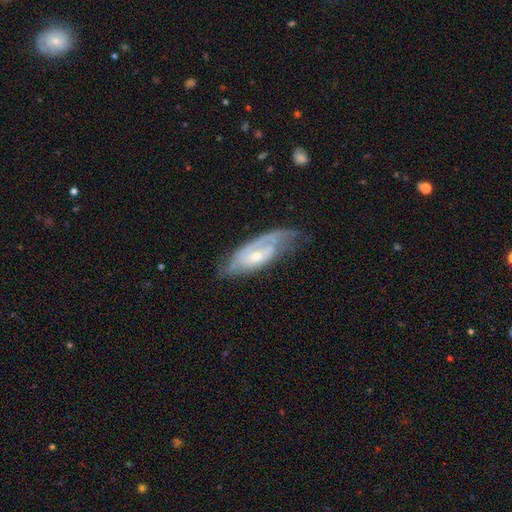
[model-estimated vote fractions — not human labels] Smooth or featured? Predicted: featured or disk (p=0.75). Edge-on disk? Predicted: no (p=0.87). Bar? Predicted: no (p=0.56). Spiral arms? Predicted: yes (p=0.86). Spiral winding? Predicted: tight (p=0.45). Spiral arm count? Predicted: 2 (p=0.37). Bulge size? Predicted: small (p=0.52). Merging? Predicted: none (p=0.52).